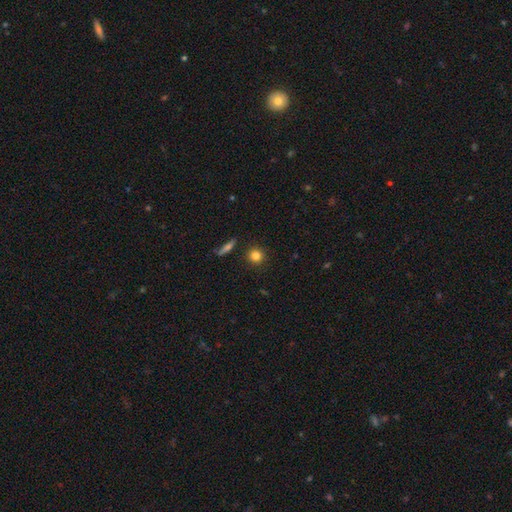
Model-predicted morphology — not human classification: The model was most divided on "smooth or featured": smooth: 82%, star or artifact: 11%, featured or disk: 7%. More confident: how rounded — round (91%); merging — none (90%).